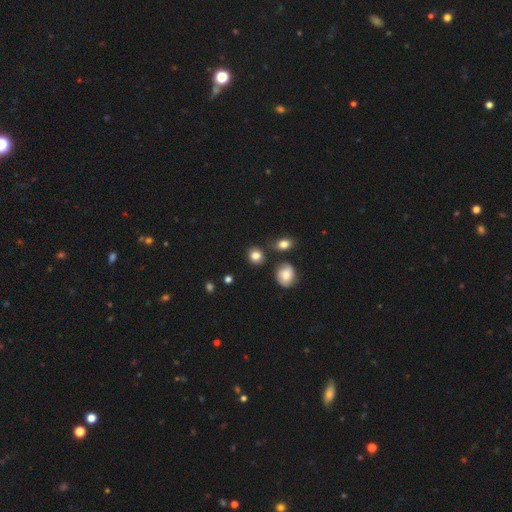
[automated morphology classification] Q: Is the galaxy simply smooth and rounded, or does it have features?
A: smooth — 84%.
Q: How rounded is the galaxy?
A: round — 75%.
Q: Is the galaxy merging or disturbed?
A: none — 78%.